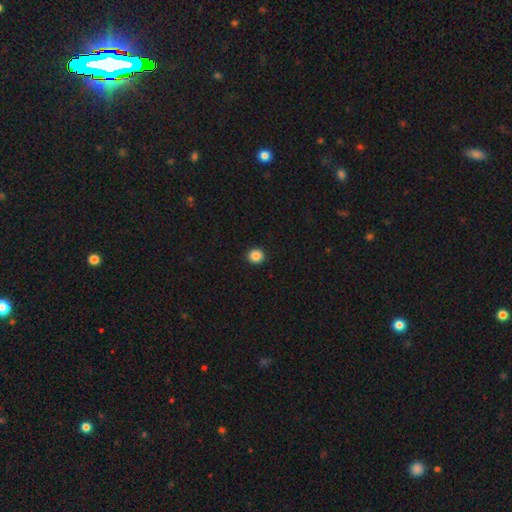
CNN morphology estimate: smooth 87%, star or artifact 10%, featured or disk 3%. Down the decision tree: how rounded — round (92%); merging — none (93%).